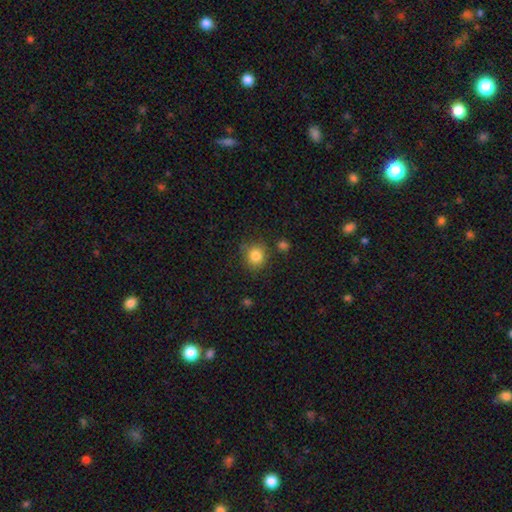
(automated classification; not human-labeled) Smooth or featured: smooth — 83% (star or artifact — 11%)
How rounded: round — 86% (in between — 13%)
Merging: none — 79% (minor disturbance — 13%)